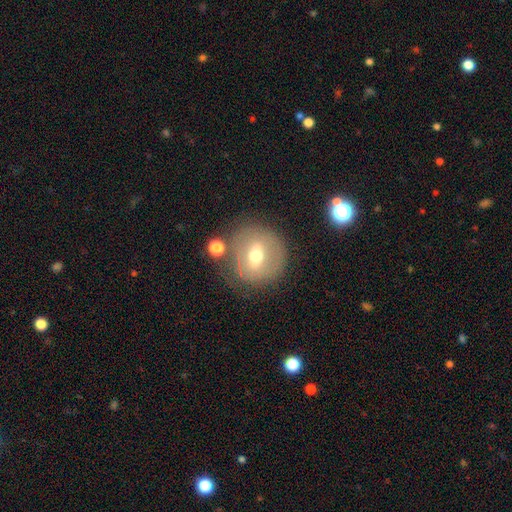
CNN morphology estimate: Q: Smooth or featured?
A: featured or disk (48%); runner-up: smooth (43%)
Q: Merging?
A: none (72%); runner-up: minor disturbance (15%)